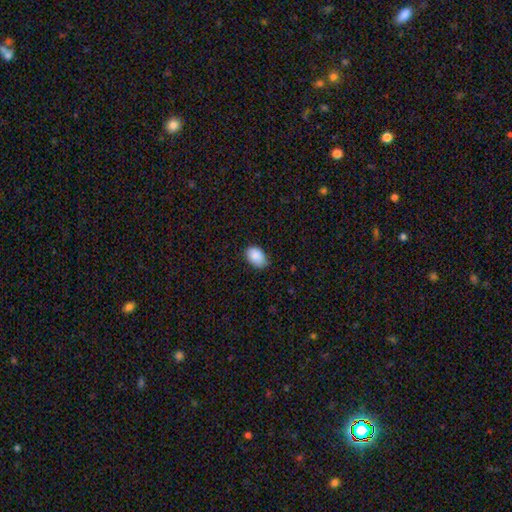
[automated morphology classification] The model was most divided on "merging": none: 76%, minor disturbance: 20%, major disturbance: 3%, merger: 1%. More confident: smooth or featured — smooth (89%); how rounded — in between (88%).